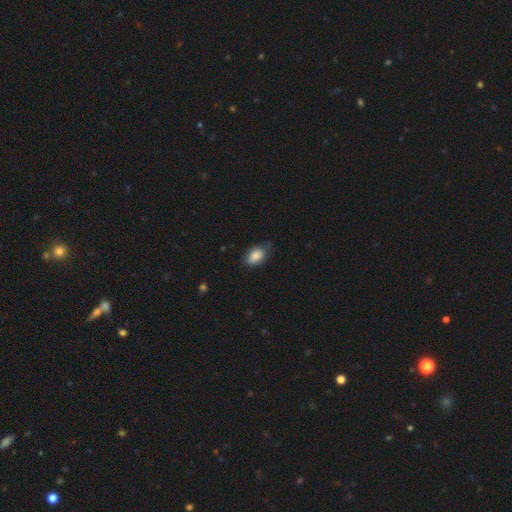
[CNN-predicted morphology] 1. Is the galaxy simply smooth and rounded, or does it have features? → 84% smooth, 8% featured or disk, 8% star or artifact.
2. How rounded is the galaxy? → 87% in between, 11% round, 2% cigar-shaped.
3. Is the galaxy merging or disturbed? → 67% none, 27% minor disturbance, 5% major disturbance, 2% merger.